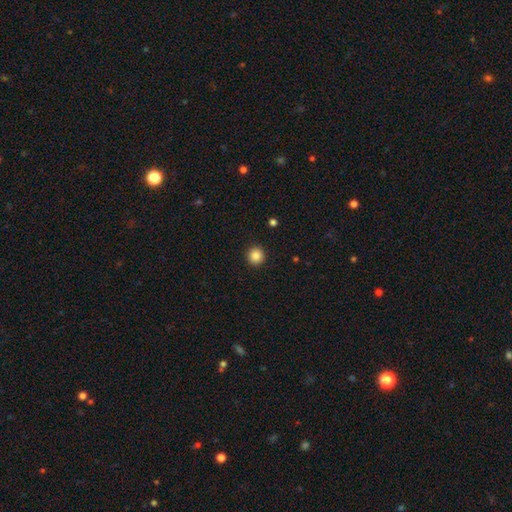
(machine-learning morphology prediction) Smooth or featured? Predicted: smooth (p=0.86). How rounded? Predicted: round (p=0.94). Merging? Predicted: none (p=0.93).